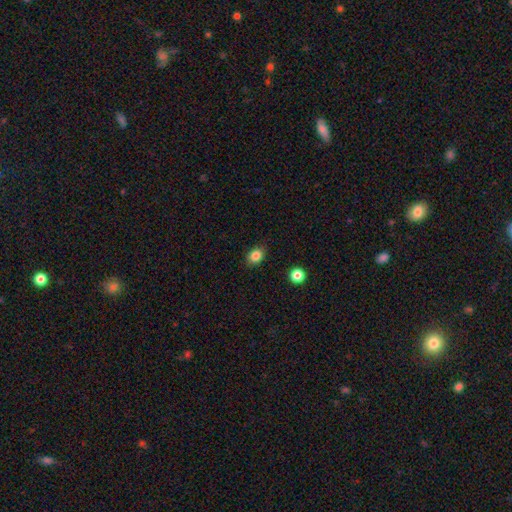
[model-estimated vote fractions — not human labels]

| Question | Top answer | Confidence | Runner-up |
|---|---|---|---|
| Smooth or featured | smooth | 84% | star or artifact (10%) |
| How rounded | in between | 63% | round (36%) |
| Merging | none | 87% | minor disturbance (10%) |